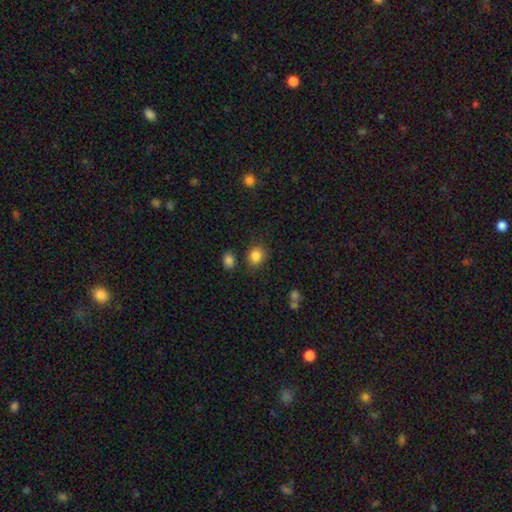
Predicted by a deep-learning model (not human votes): smooth_or_featured: smooth (p=0.85) [alt: star or artifact p=0.10]
how_rounded: round (p=0.68) [alt: in between p=0.31]
merging: none (p=0.78) [alt: minor disturbance p=0.12]